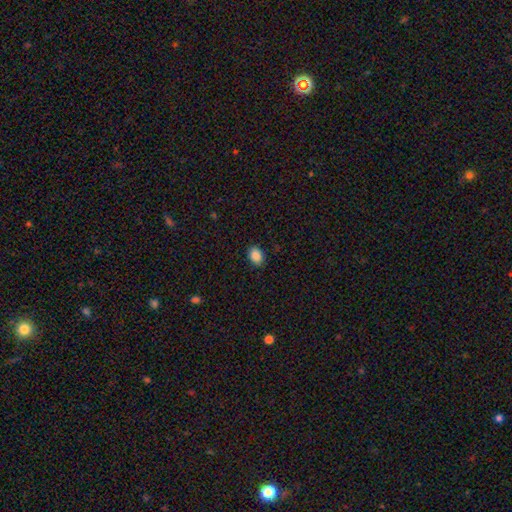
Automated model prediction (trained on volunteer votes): This appears to be a smooth galaxy with no disk features (88%) that is in between round and cigar-shaped (77%). Merging: none (89%).